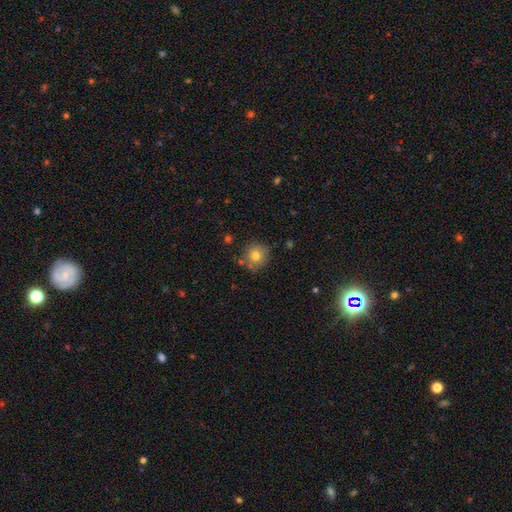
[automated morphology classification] Q: Smooth or featured?
A: smooth (77%); runner-up: star or artifact (12%)
Q: How rounded?
A: round (91%); runner-up: in between (8%)
Q: Merging?
A: none (81%); runner-up: minor disturbance (11%)